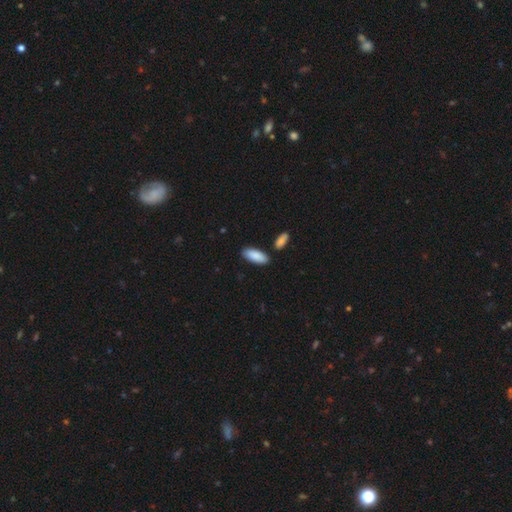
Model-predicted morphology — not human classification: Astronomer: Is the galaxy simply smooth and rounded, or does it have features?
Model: smooth — 90%.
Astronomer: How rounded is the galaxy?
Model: in between — 81%.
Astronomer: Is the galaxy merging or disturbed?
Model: none — 82%.